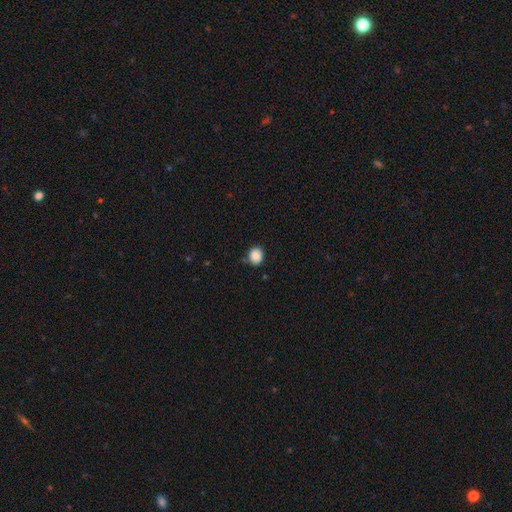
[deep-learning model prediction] A smooth galaxy with no disk features (88%) that is round (71%).

Vote fractions:
- Smooth or featured? smooth: 88% / star or artifact: 9% / featured or disk: 3%
- How rounded? round: 71% / in between: 28% / cigar-shaped: 1%
- Merging? none: 80% / minor disturbance: 15% / major disturbance: 3% / merger: 2%